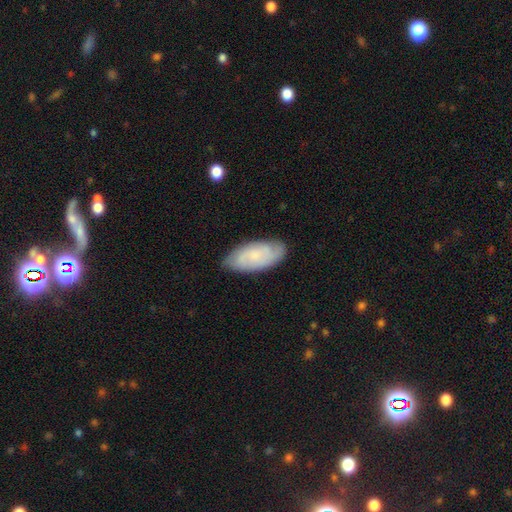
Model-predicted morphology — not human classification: Smooth or featured: smooth — 49% (featured or disk — 44%)
Merging: none — 80% (minor disturbance — 16%)